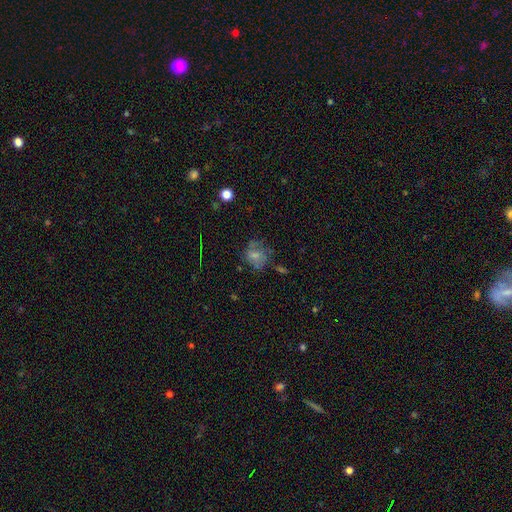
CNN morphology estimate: type=smooth (59%); roundness=round (61%); merging=none (47%).